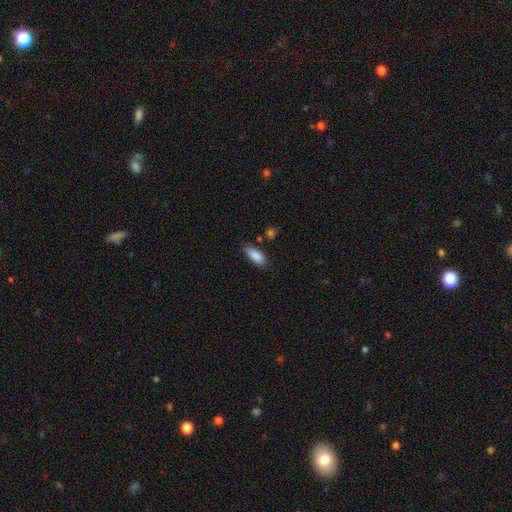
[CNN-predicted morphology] Smooth or featured? Predicted: smooth (p=0.87). How rounded? Predicted: in between (p=0.80). Merging? Predicted: none (p=0.74).